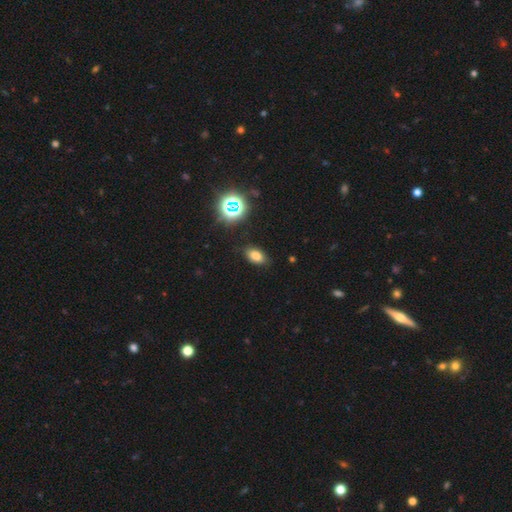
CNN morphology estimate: Smooth or featured? Predicted: smooth (p=0.75). How rounded? Predicted: in between (p=0.88). Merging? Predicted: none (p=0.84).